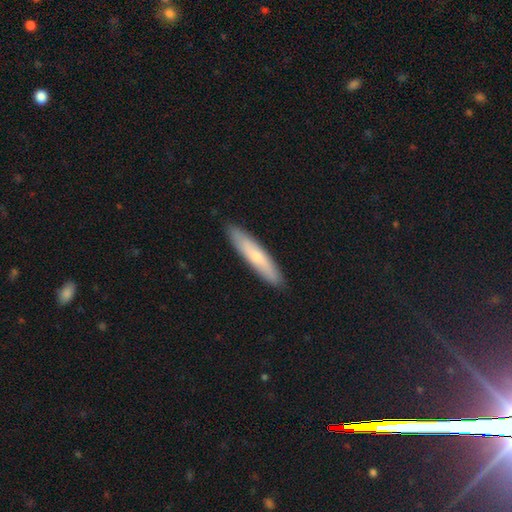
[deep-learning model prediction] Morphology: type=smooth (62%); roundness=cigar-shaped (87%); merging=none (89%).